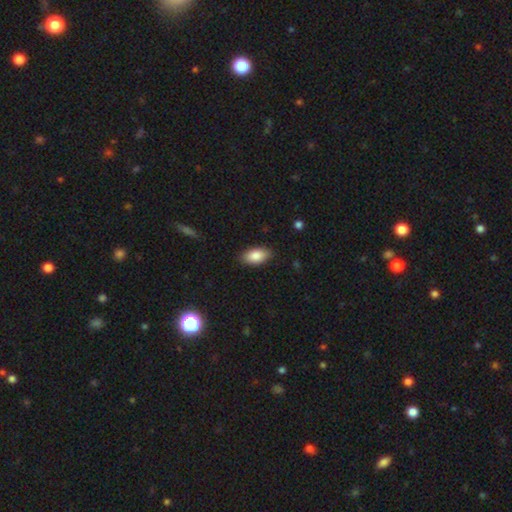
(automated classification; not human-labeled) Smooth or featured: smooth — 86% (featured or disk — 7%)
How rounded: in between — 93% (cigar-shaped — 4%)
Merging: none — 87% (minor disturbance — 10%)